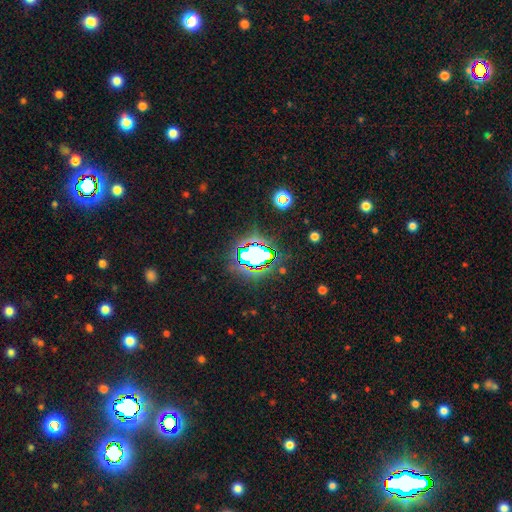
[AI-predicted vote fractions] This appears to be a star or artifact, not a galaxy (64%).